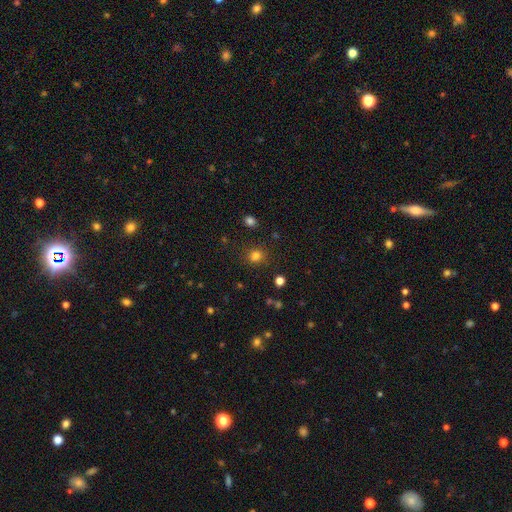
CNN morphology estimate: Q: Smooth or featured?
A: smooth (80%); runner-up: star or artifact (15%)
Q: How rounded?
A: round (78%); runner-up: in between (21%)
Q: Merging?
A: none (84%); runner-up: minor disturbance (10%)